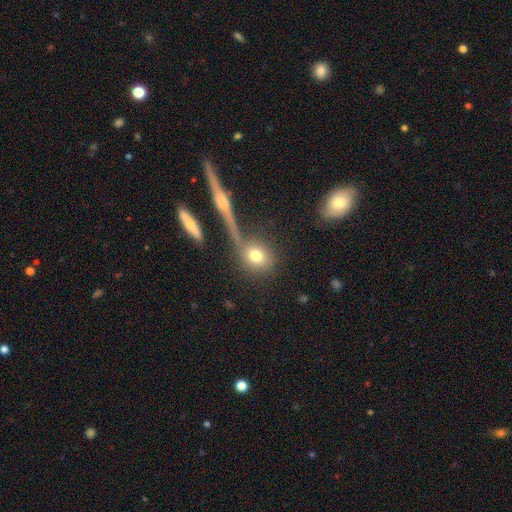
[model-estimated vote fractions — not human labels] Smooth or featured: smooth — 72% (featured or disk — 15%)
How rounded: round — 77% (in between — 18%)
Merging: none — 68% (merger — 14%)